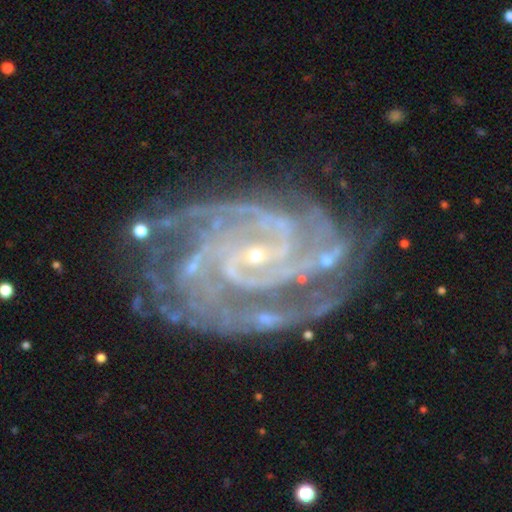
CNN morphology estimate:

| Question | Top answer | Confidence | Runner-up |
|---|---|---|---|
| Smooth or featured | featured or disk | 92% | star or artifact (5%) |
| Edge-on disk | no | 98% | yes (2%) |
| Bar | no | 55% | weak (31%) |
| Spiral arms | yes | 99% | no (1%) |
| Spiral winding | tight | 70% | medium (27%) |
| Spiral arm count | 3 | 23% | 4 (21%) |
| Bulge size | small | 84% | moderate (11%) |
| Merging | none | 70% | minor disturbance (19%) |